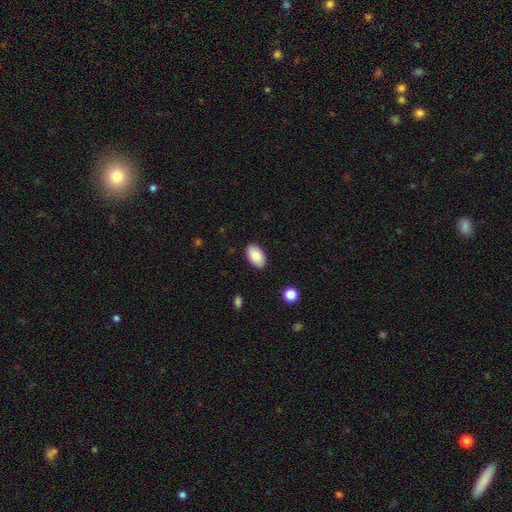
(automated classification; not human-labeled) The model was most divided on "merging": none: 88%, minor disturbance: 9%, major disturbance: 2%, merger: 1%. More confident: how rounded — in between (94%); smooth or featured — smooth (87%).